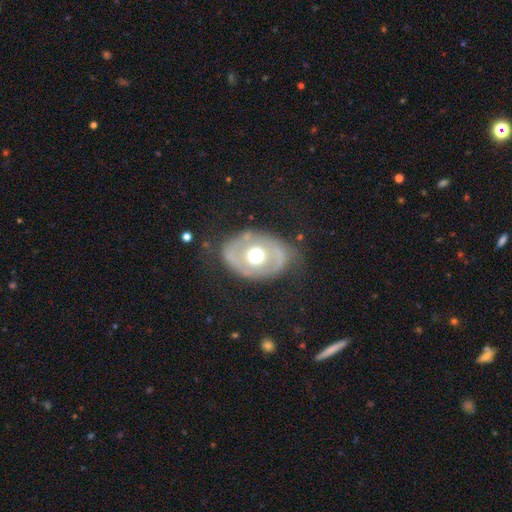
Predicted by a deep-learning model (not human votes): A featured or disk galaxy (66%) with no bar (80%), no spiral arms (62%) and a moderate central bulge (59%).

Vote fractions:
- Smooth or featured? featured or disk: 66% / smooth: 28% / star or artifact: 6%
- Edge-on disk? no: 94% / yes: 6%
- Bar? no: 80% / weak: 14% / strong: 6%
- Spiral arms? no: 62% / yes: 38%
- Bulge size? moderate: 59% / large: 32% / dominant: 4% / small: 4% / none: 1%
- Merging? none: 67% / minor disturbance: 19% / major disturbance: 12% / merger: 2%